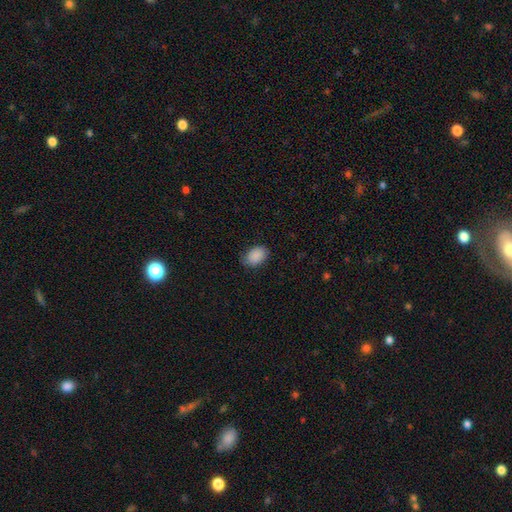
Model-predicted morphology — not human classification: The model was most divided on "merging": none: 79%, minor disturbance: 17%, major disturbance: 3%, merger: 1%. More confident: smooth or featured — smooth (89%); how rounded — in between (85%).